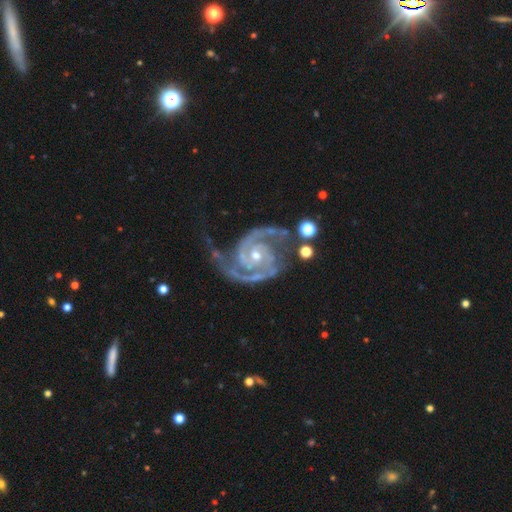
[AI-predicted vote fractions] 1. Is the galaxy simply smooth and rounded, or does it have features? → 94% featured or disk, 4% star or artifact, 2% smooth.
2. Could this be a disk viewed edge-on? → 98% no, 2% yes.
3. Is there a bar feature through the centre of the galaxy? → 64% no, 26% weak, 10% strong.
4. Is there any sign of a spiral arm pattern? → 99% yes, 1% no.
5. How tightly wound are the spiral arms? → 50% tight, 43% medium, 7% loose.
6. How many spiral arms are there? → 84% 2, 8% 3, 3% can't tell, 2% 4, 2% 1, 2% more than 4.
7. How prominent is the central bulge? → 53% small, 44% moderate, 1% large, 1% none, 1% dominant.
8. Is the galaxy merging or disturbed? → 58% none, 24% minor disturbance, 14% major disturbance, 4% merger.